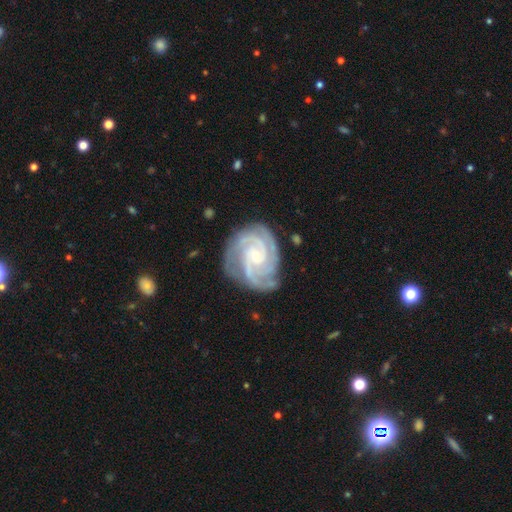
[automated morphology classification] The model was most divided on "spiral arm count": 3: 47%, 4: 22%, 2: 13%, can't tell: 8%, more than 4: 5%, 1: 5%. More confident: spiral arms — yes (99%); edge-on disk — no (98%); smooth or featured — featured or disk (93%); bulge size — small (78%); merging — none (77%); spiral winding — tight (72%); bar — no (67%).